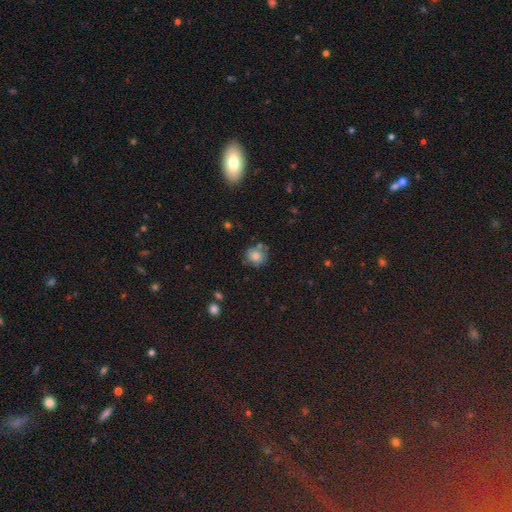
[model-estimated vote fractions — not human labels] A smooth galaxy with no disk features (80%) that is round (82%).

Vote fractions:
- Smooth or featured? smooth: 80% / star or artifact: 11% / featured or disk: 10%
- How rounded? round: 82% / in between: 17% / cigar-shaped: 1%
- Merging? none: 69% / minor disturbance: 16% / merger: 10% / major disturbance: 4%